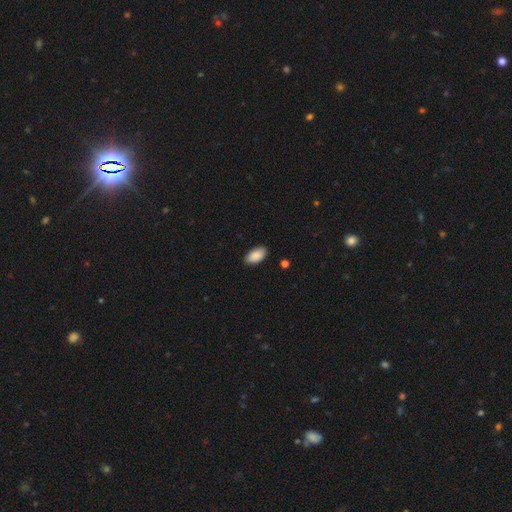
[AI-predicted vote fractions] smooth_or_featured: smooth (p=0.90) [alt: star or artifact p=0.06]
how_rounded: in between (p=0.95) [alt: round p=0.03]
merging: none (p=0.88) [alt: minor disturbance p=0.09]